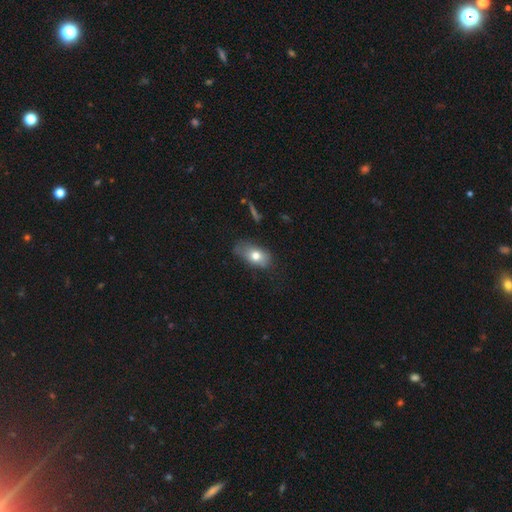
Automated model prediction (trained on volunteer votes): Overall: smooth (73%). How rounded: in between (86%). Merging: none (55%; minor disturbance 32%).